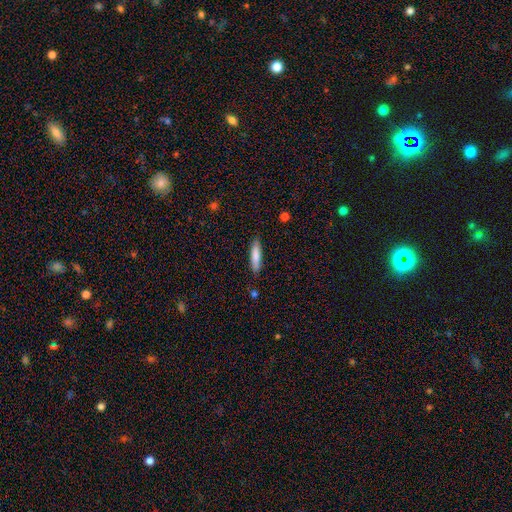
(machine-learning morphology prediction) smooth_or_featured: smooth (p=0.81) [alt: featured or disk p=0.14]
how_rounded: cigar-shaped (p=0.81) [alt: in between p=0.18]
merging: none (p=0.88) [alt: minor disturbance p=0.09]